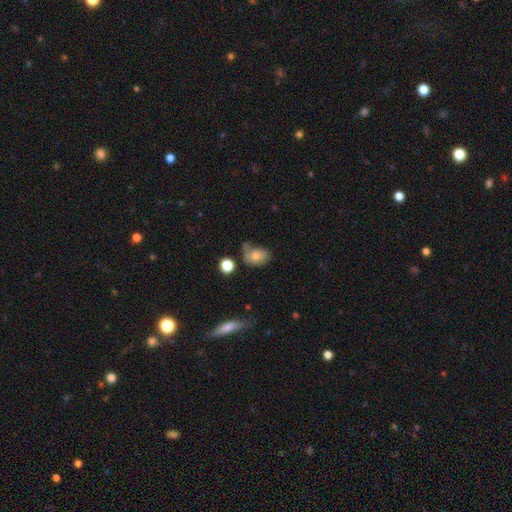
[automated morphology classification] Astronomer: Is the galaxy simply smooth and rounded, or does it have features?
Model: smooth — 74%.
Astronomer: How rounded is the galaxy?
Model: in between — 64%.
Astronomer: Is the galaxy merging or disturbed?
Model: none — 47% (runner-up: minor disturbance, 27%).